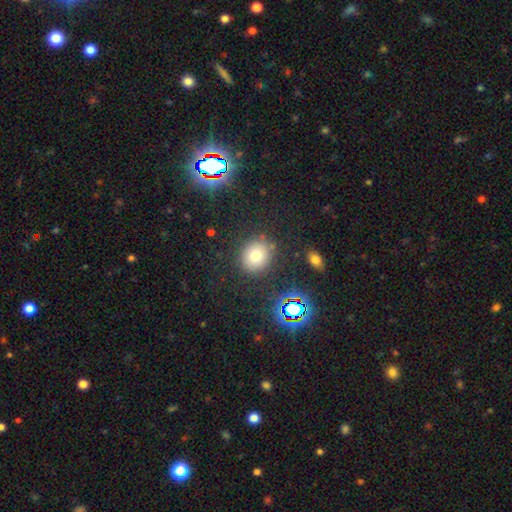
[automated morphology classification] Smooth or featured? Predicted: smooth (p=0.72). How rounded? Predicted: round (p=0.78). Merging? Predicted: none (p=0.84).